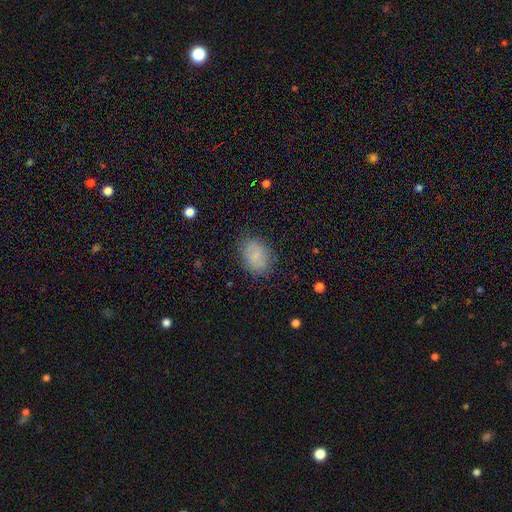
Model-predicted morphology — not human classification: smooth-or-featured: smooth: 75% | featured or disk: 16% | star or artifact: 9%
  how-rounded: in between: 72% | round: 26% | cigar-shaped: 1%
  merging: none: 79% | minor disturbance: 15% | major disturbance: 5% | merger: 1%